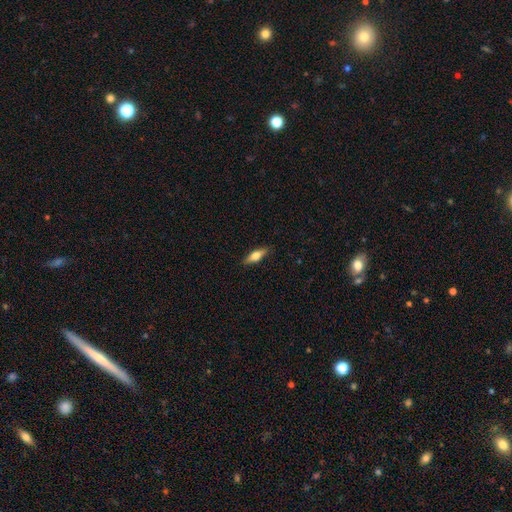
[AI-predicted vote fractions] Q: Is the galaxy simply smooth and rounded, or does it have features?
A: smooth — 60%.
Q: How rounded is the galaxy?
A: in between — 52%.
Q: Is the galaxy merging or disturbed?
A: none — 87%.